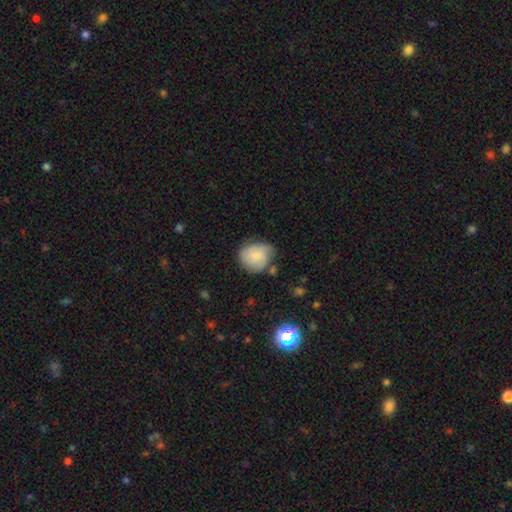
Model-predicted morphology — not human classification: type=smooth (74%); roundness=round (70%); merging=none (53%).